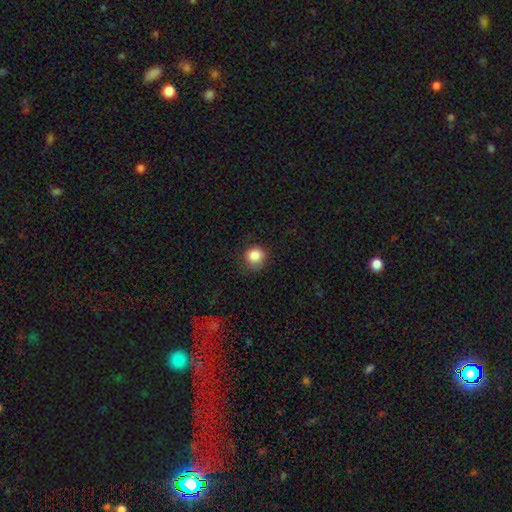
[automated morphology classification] smooth-or-featured: smooth: 86% | star or artifact: 10% | featured or disk: 4%
  how-rounded: round: 88% | in between: 11% | cigar-shaped: 1%
  merging: none: 76% | minor disturbance: 18% | major disturbance: 5% | merger: 1%